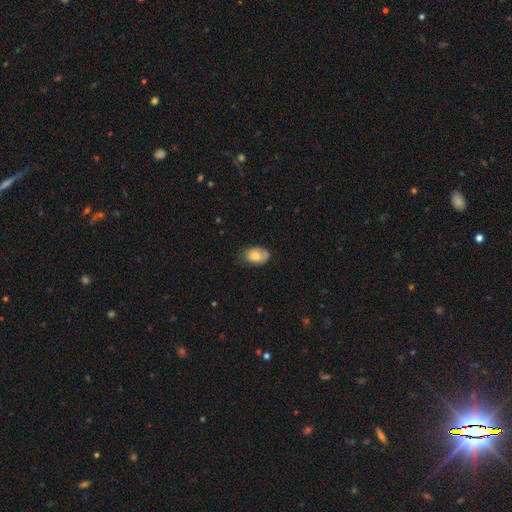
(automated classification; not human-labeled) A smooth galaxy with no disk features (74%) that is in between round and cigar-shaped (84%). Merging: none (58%).